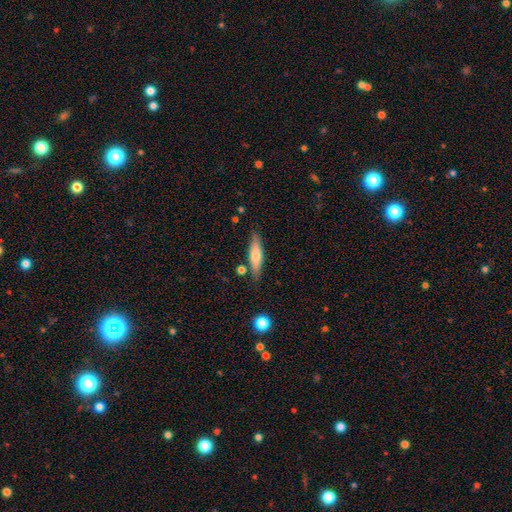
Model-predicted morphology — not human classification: type=smooth (64%); roundness=cigar-shaped (72%); merging=none (80%).